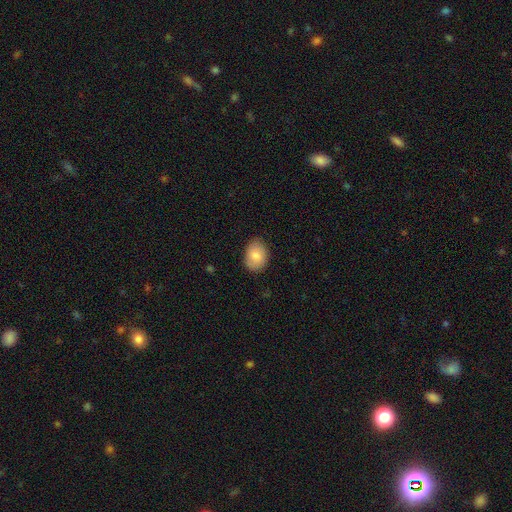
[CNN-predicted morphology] A smooth galaxy with no disk features (85%) that is in between round and cigar-shaped (73%).

Vote fractions:
- Smooth or featured? smooth: 85% / featured or disk: 9% / star or artifact: 7%
- How rounded? in between: 73% / round: 26% / cigar-shaped: 1%
- Merging? none: 84% / minor disturbance: 13% / major disturbance: 3% / merger: 1%